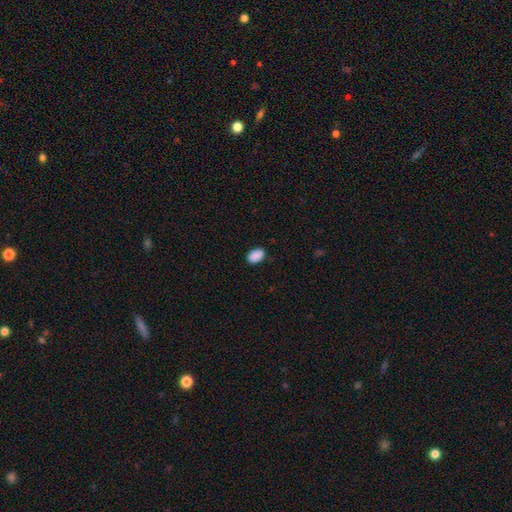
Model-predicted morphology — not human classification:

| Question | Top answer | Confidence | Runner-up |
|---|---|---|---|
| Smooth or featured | smooth | 90% | star or artifact (7%) |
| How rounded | in between | 89% | round (9%) |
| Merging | none | 86% | minor disturbance (11%) |